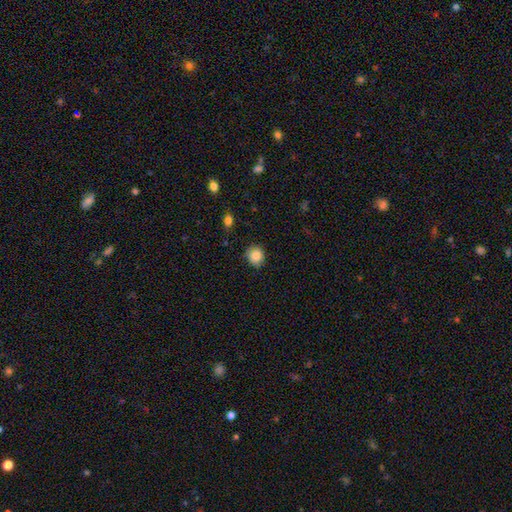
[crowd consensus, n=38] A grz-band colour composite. It shows a smooth galaxy with no disk features (87%) that is round (85%). Merging: none (76%).